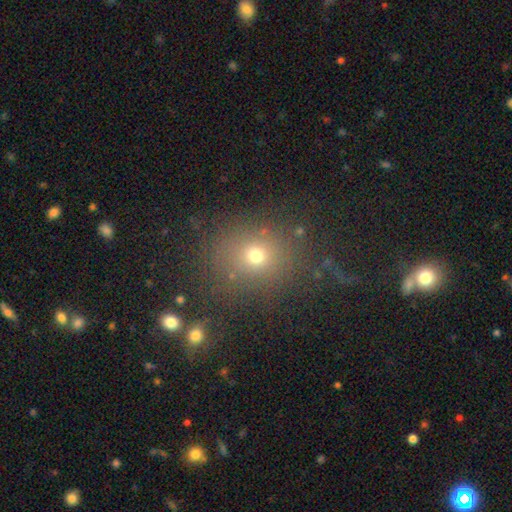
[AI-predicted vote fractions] smooth 69%, star or artifact 21%, featured or disk 10%. Down the decision tree: how rounded — round (72%); merging — none (79%).